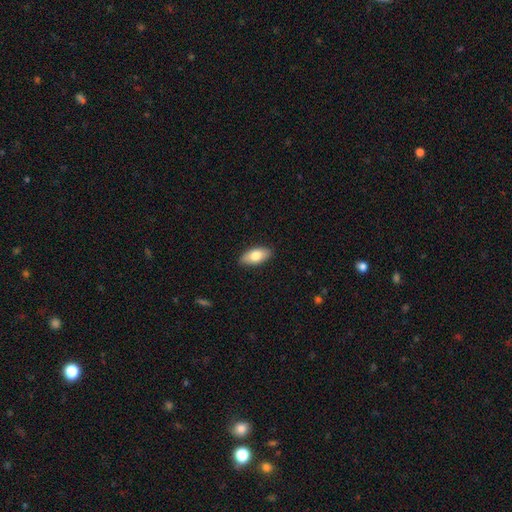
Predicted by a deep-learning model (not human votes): smooth_or_featured: smooth (p=0.79) [alt: featured or disk p=0.15]
how_rounded: in between (p=0.90) [alt: cigar-shaped p=0.08]
merging: none (p=0.88) [alt: minor disturbance p=0.09]